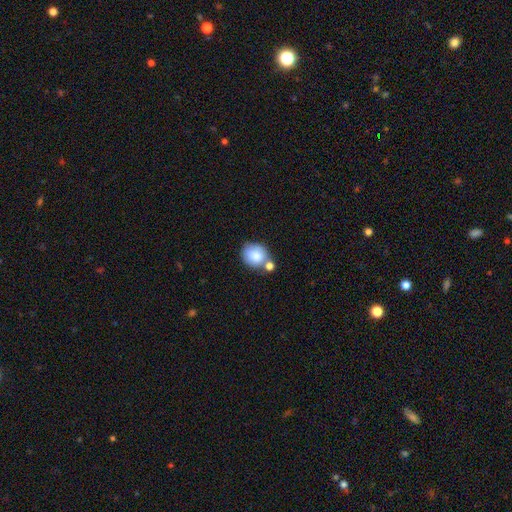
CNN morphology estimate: This is clearly a smooth galaxy (82%). How rounded: possibly round (59%). Merging: possibly none (48%).